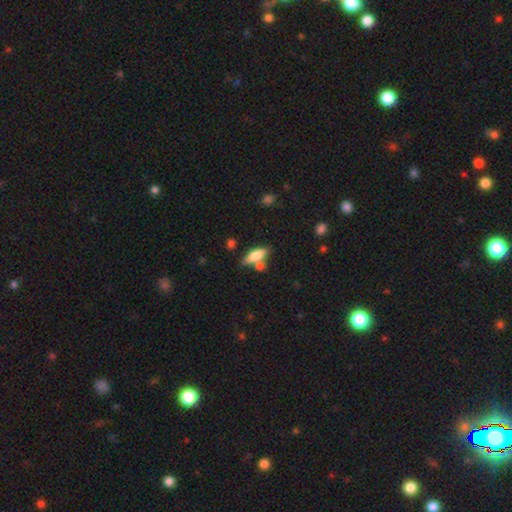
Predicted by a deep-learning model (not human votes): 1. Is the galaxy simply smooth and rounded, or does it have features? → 71% smooth, 23% featured or disk, 7% star or artifact.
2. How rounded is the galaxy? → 55% in between, 42% cigar-shaped, 3% round.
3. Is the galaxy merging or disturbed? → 65% none, 18% merger, 13% minor disturbance, 4% major disturbance.